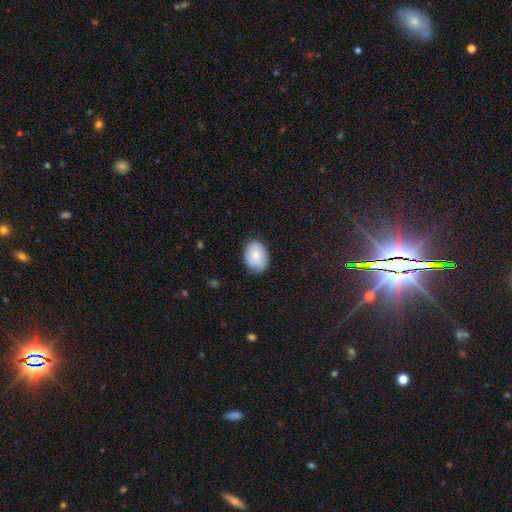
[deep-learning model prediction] A smooth galaxy with no disk features (78%) that is in between round and cigar-shaped (75%).

Vote fractions:
- Smooth or featured? smooth: 78% / featured or disk: 15% / star or artifact: 7%
- How rounded? in between: 75% / round: 24% / cigar-shaped: 1%
- Merging? none: 73% / minor disturbance: 22% / major disturbance: 4% / merger: 1%